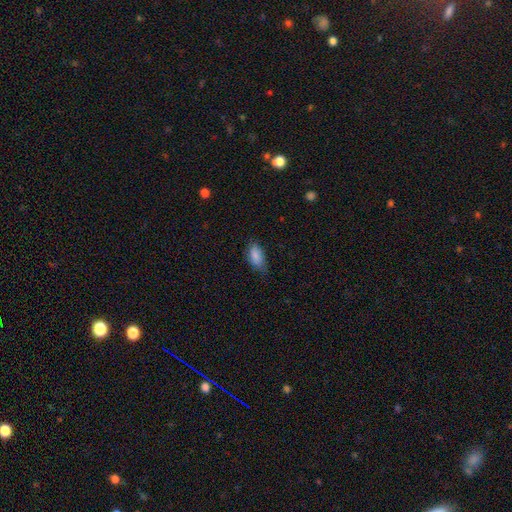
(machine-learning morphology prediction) Smooth or featured? smooth (86%)
How rounded? in between (90%)
Merging? none (61%)